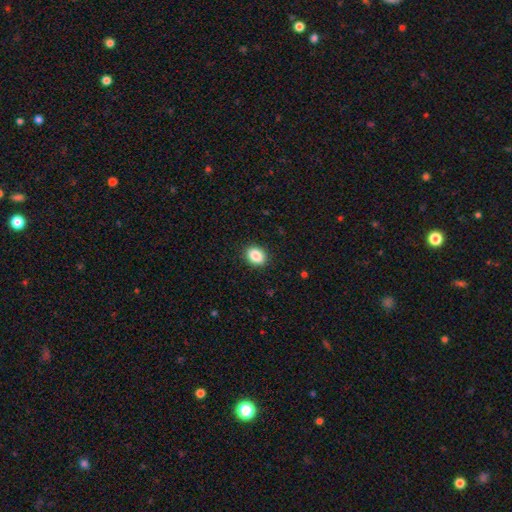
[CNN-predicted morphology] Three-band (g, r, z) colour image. It shows a smooth galaxy with no disk features (88%) that is in between round and cigar-shaped (65%). Merging: none (90%).